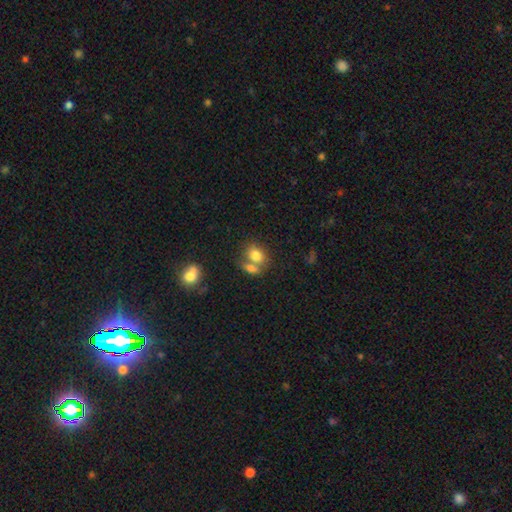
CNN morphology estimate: Smooth or featured? Predicted: smooth (p=0.79). How rounded? Predicted: in between (p=0.67). Merging? Predicted: merger (p=0.46).